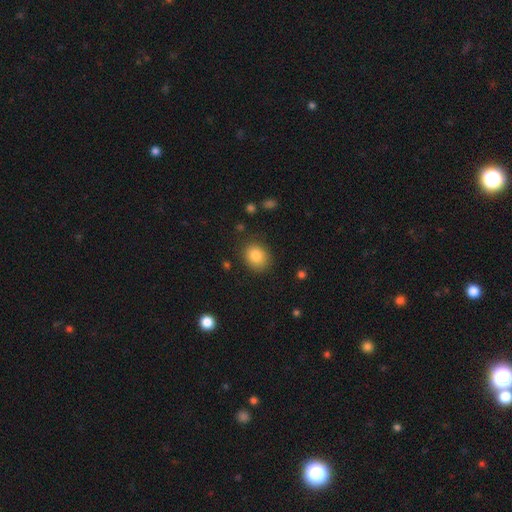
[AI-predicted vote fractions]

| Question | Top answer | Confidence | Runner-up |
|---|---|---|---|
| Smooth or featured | smooth | 84% | star or artifact (9%) |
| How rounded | round | 57% | in between (42%) |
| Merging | none | 82% | minor disturbance (13%) |